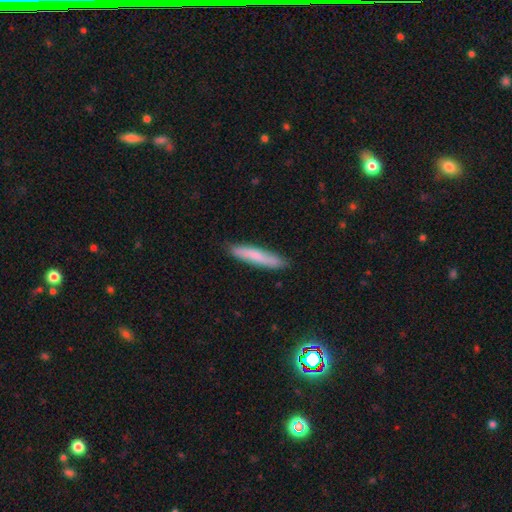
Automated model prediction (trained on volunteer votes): Overall: smooth (73%). How rounded: cigar-shaped (91%). Merging: none (87%).